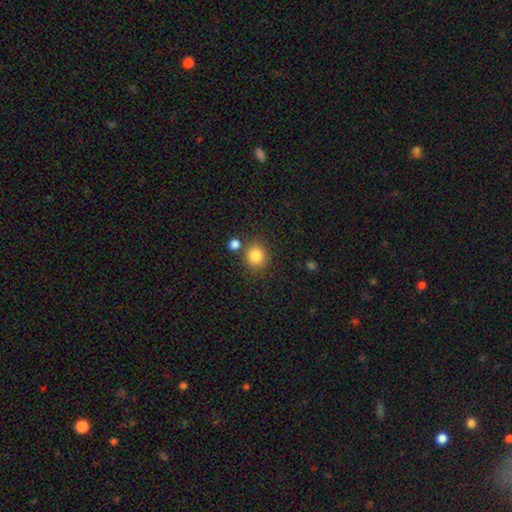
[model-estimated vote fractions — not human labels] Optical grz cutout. It shows a smooth galaxy with no disk features (84%) that is round (84%). Merging: none (77%).